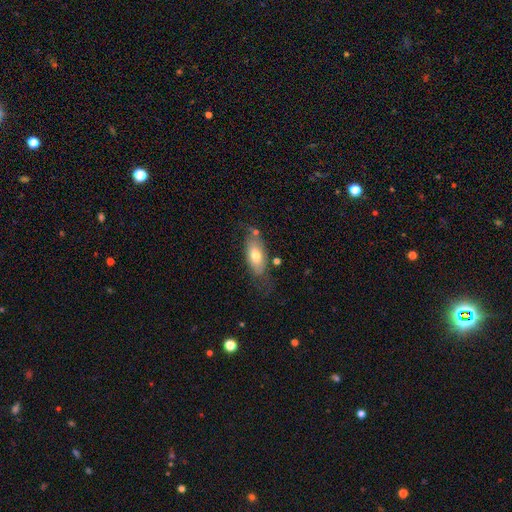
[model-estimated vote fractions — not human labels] Smooth or featured? Predicted: smooth (p=0.65). How rounded? Predicted: in between (p=0.84). Merging? Predicted: none (p=0.60).